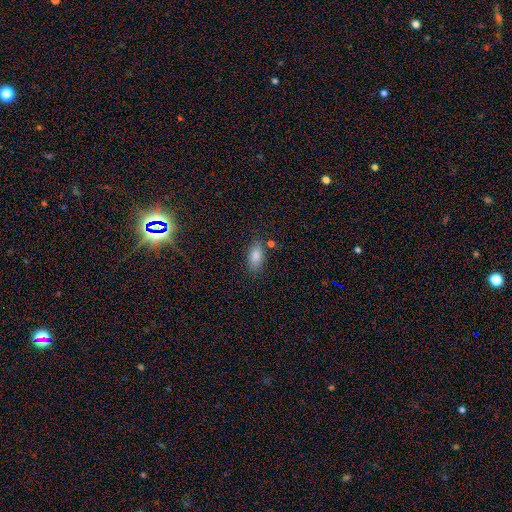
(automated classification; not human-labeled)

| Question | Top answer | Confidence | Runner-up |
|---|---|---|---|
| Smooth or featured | smooth | 79% | star or artifact (12%) |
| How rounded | in between | 89% | cigar-shaped (6%) |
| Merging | none | 77% | minor disturbance (14%) |